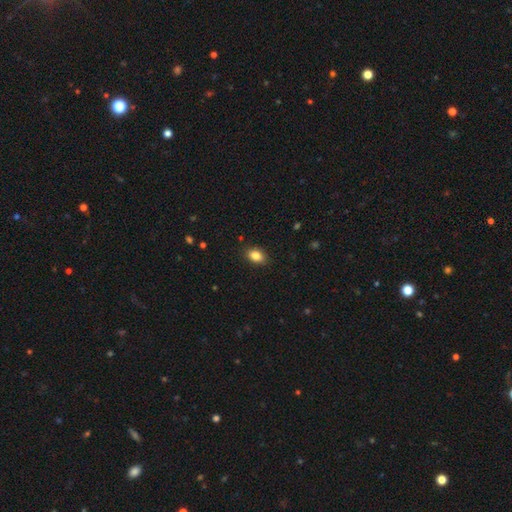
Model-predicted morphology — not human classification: A smooth galaxy with no disk features (85%) that is in between round and cigar-shaped (83%).

Vote fractions:
- Smooth or featured? smooth: 85% / star or artifact: 9% / featured or disk: 6%
- How rounded? in between: 83% / round: 16% / cigar-shaped: 2%
- Merging? none: 87% / minor disturbance: 9% / major disturbance: 2% / merger: 1%